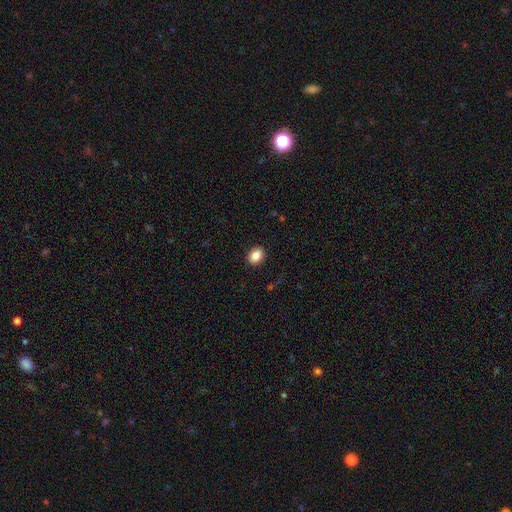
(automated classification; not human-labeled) This is clearly a smooth galaxy (87%). How rounded: possibly in between (57%). Merging: clearly none (90%).